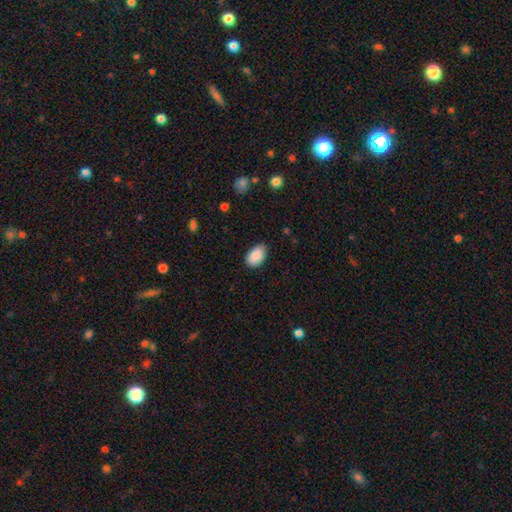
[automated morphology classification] This appears to be a smooth galaxy with no disk features (89%) that is in between round and cigar-shaped (90%). Merging: none (75%).